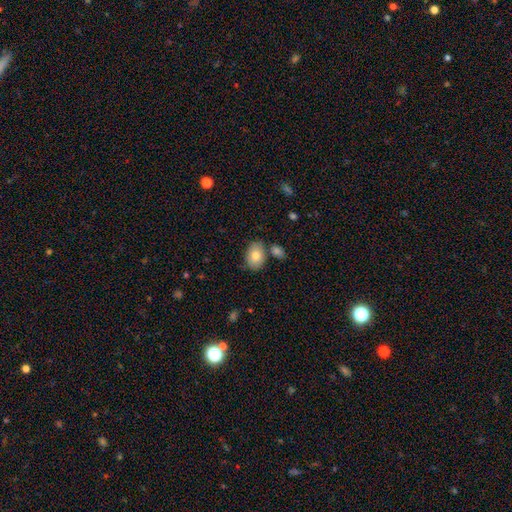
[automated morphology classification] smooth-or-featured: smooth: 81% | featured or disk: 12% | star or artifact: 7%
  how-rounded: in between: 81% | round: 18% | cigar-shaped: 1%
  merging: none: 72% | minor disturbance: 13% | merger: 12% | major disturbance: 3%